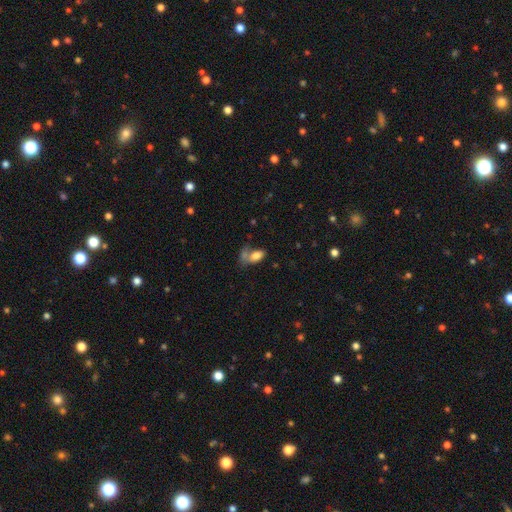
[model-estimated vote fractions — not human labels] Overall: smooth (79%). How rounded: in between (90%). Merging: none (37%; merger 35%).